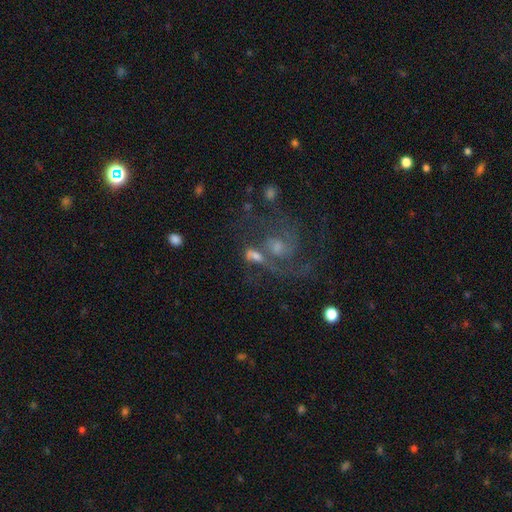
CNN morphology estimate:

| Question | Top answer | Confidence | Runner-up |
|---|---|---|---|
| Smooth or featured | featured or disk | 69% | smooth (18%) |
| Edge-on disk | no | 95% | yes (5%) |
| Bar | no | 58% | weak (33%) |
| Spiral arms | yes | 84% | no (16%) |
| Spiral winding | medium | 48% | loose (26%) |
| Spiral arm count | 2 | 59% | can't tell (16%) |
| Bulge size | moderate | 45% | small (36%) |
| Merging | none | 40% | merger (28%) |